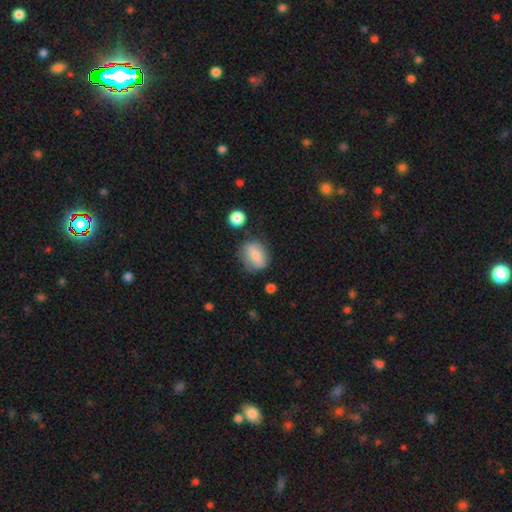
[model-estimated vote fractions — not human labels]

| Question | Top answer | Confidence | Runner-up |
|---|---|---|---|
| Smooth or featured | smooth | 76% | featured or disk (16%) |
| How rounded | in between | 53% | round (45%) |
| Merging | none | 70% | minor disturbance (21%) |